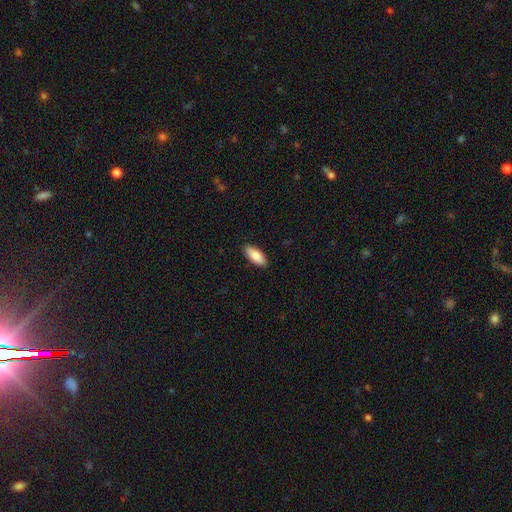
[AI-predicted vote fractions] smooth-or-featured: smooth: 85% | featured or disk: 9% | star or artifact: 6%
  how-rounded: in between: 84% | cigar-shaped: 15% | round: 2%
  merging: none: 89% | minor disturbance: 9% | major disturbance: 2% | merger: 1%